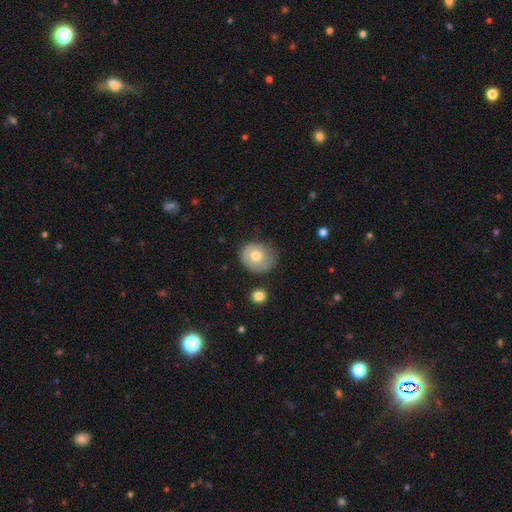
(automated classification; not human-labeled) Smooth or featured: smooth — 67% (featured or disk — 25%)
How rounded: round — 72% (in between — 27%)
Merging: none — 64% (minor disturbance — 26%)